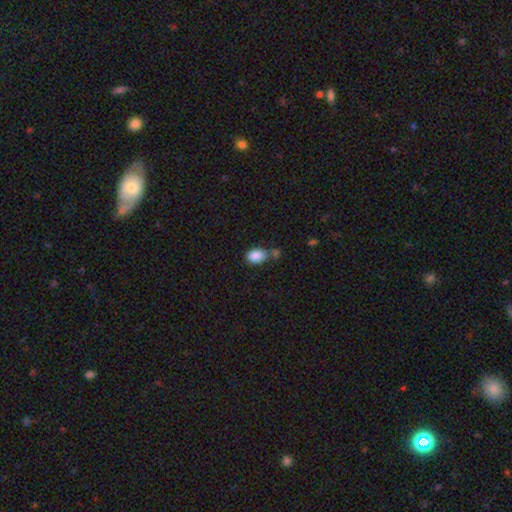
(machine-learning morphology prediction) Smooth or featured: smooth — 87% (star or artifact — 8%)
How rounded: in between — 83% (round — 16%)
Merging: none — 54% (merger — 23%)